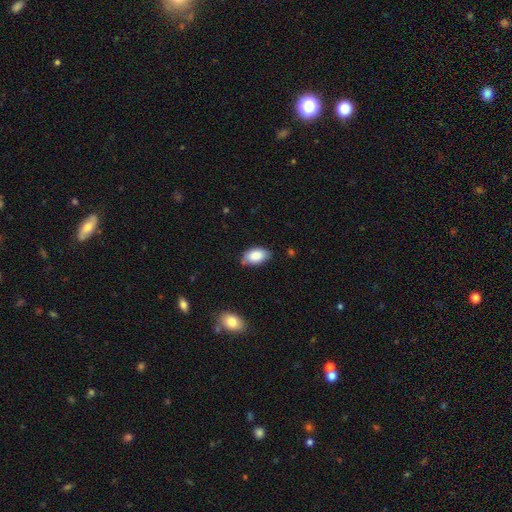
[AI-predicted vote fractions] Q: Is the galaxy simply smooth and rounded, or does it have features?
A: smooth — 87%.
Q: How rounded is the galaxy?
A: in between — 94%.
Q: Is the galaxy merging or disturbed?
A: none — 73%.